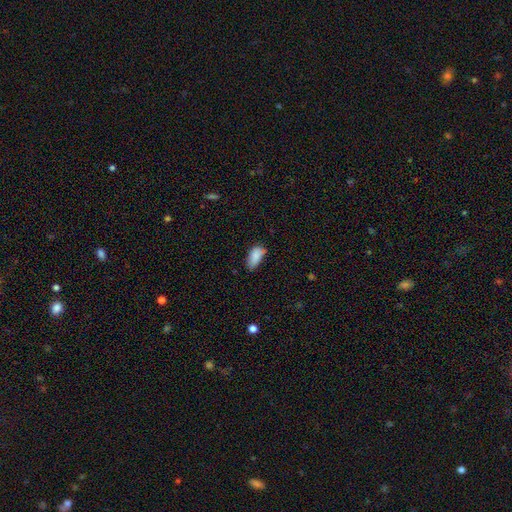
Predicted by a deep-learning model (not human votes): The model was most divided on "merging": none: 50%, minor disturbance: 39%, major disturbance: 8%, merger: 3%. More confident: how rounded — in between (92%); smooth or featured — smooth (85%).